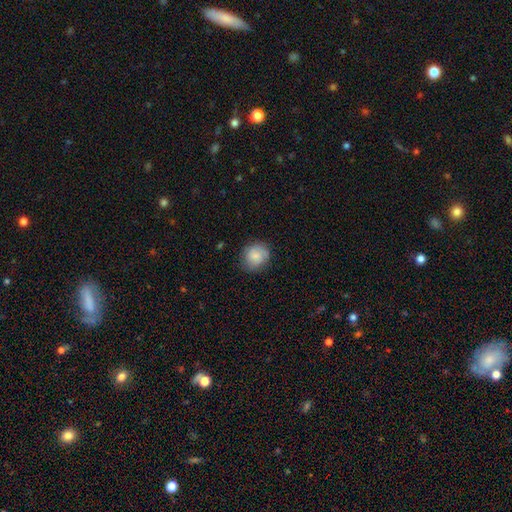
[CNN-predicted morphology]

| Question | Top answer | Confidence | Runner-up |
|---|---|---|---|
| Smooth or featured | smooth | 76% | featured or disk (17%) |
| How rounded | round | 78% | in between (21%) |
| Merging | none | 78% | minor disturbance (17%) |